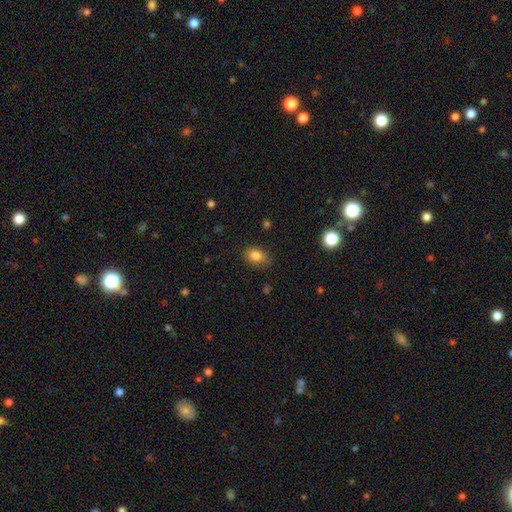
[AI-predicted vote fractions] smooth_or_featured: smooth (p=0.84) [alt: star or artifact p=0.10]
how_rounded: in between (p=0.76) [alt: round p=0.23]
merging: none (p=0.79) [alt: minor disturbance p=0.16]